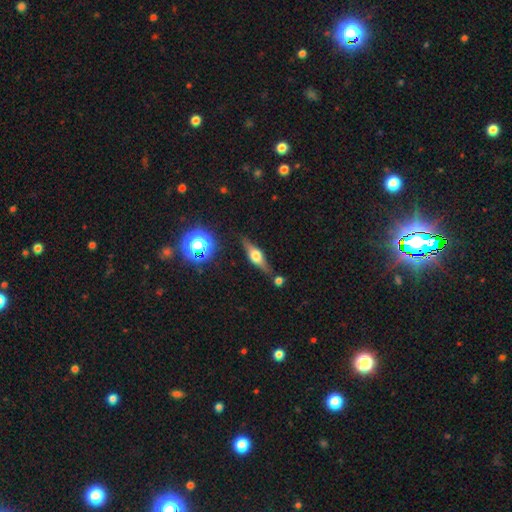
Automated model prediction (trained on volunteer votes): Smooth or featured? featured or disk (64%)
Edge-on disk? yes (93%)
Edge-on bulge? rounded (92%)
Merging? none (76%)